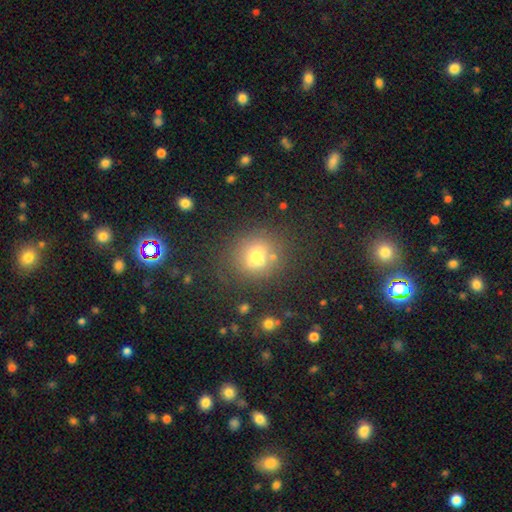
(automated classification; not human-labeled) Smooth or featured? Predicted: smooth (p=0.62). How rounded? Predicted: round (p=0.79). Merging? Predicted: none (p=0.60).